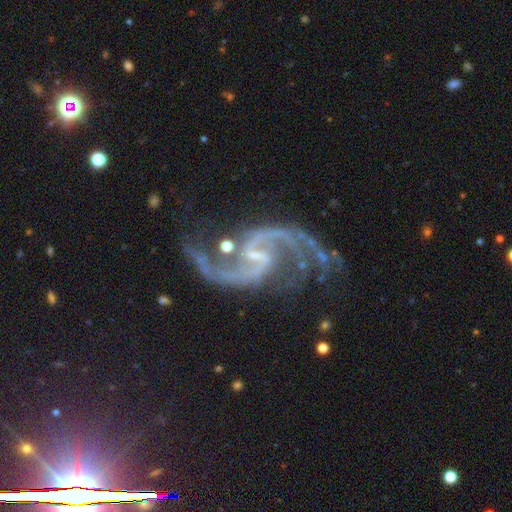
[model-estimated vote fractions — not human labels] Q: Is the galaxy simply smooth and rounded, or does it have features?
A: featured or disk — 93%.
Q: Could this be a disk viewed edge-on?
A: no — 98%.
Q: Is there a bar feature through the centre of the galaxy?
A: weak — 52%.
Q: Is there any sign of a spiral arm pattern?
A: yes — 98%.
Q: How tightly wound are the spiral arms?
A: loose — 64%.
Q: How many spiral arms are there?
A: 2 — 94%.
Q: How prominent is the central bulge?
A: small — 72%.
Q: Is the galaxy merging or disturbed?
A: none — 61%.